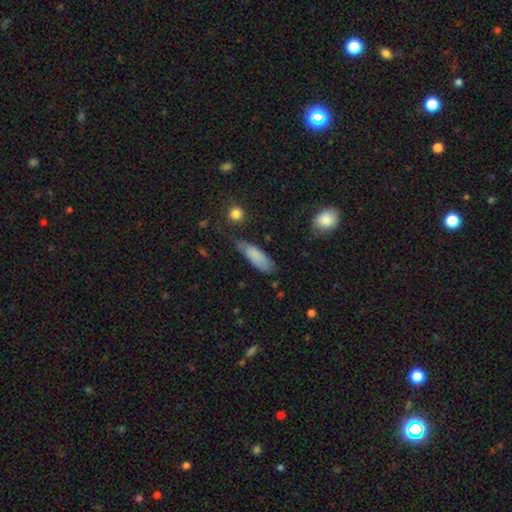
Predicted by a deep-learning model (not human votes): The model was most divided on "how rounded": in between: 58%, cigar-shaped: 40%, round: 2%. More confident: smooth or featured — smooth (81%); merging — none (56%).